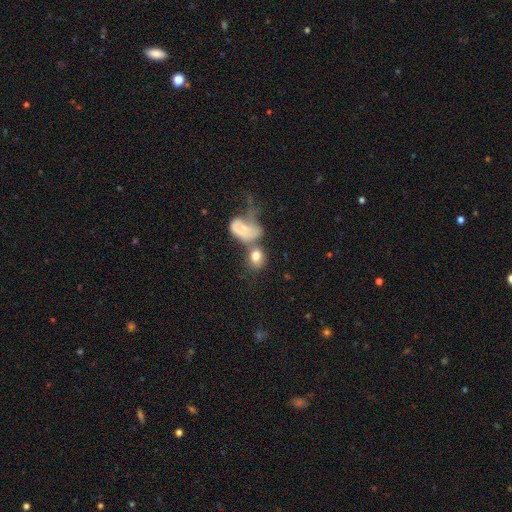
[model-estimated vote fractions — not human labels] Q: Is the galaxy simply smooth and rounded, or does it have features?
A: smooth — 73%.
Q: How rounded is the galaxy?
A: in between — 60%.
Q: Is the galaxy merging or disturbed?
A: merger — 47%.